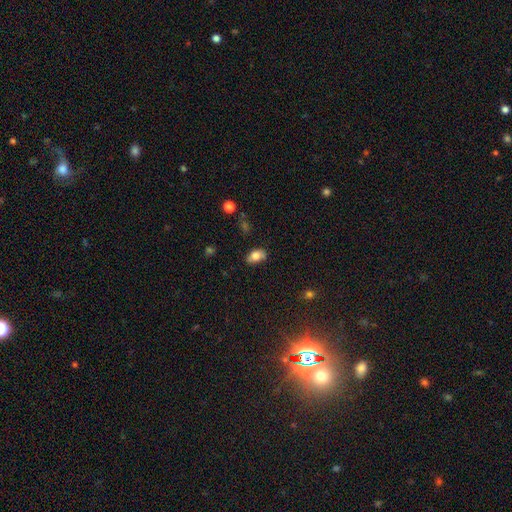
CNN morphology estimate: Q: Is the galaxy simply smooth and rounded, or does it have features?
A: smooth — 79%.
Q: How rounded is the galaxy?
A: in between — 88%.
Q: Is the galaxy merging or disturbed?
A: none — 69%.